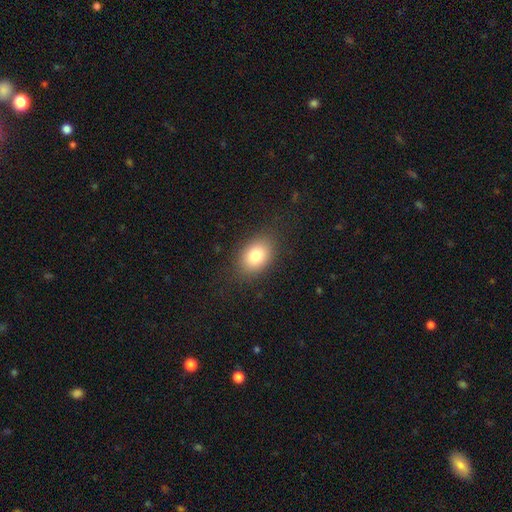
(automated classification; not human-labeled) Smooth or featured?
  - smooth: 80% *
  - featured or disk: 11%
  - star or artifact: 10%
How rounded?
  - in between: 76% *
  - round: 22%
  - cigar-shaped: 1%
Merging?
  - none: 83% *
  - minor disturbance: 11%
  - major disturbance: 4%
  - merger: 1%